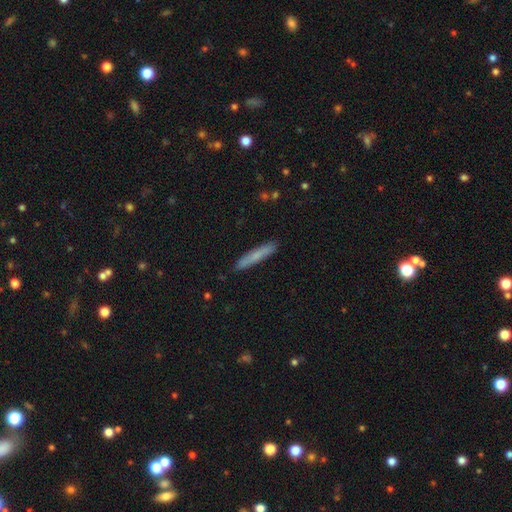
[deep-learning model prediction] This appears to be a smooth galaxy with no disk features (74%) that is cigar-shaped (94%). Merging: none (89%).